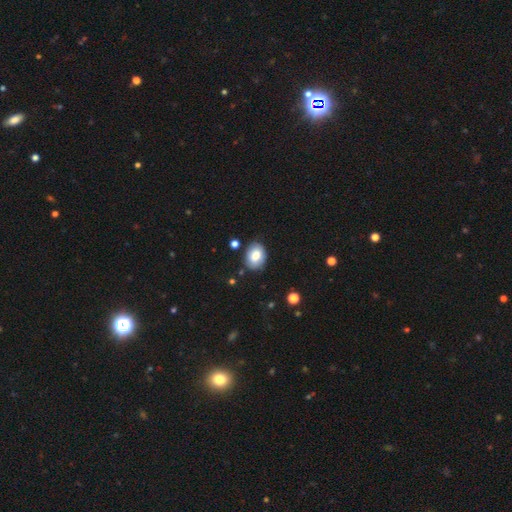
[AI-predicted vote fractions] Overall: smooth (78%). How rounded: in between (67%; round 32%). Merging: none (80%).